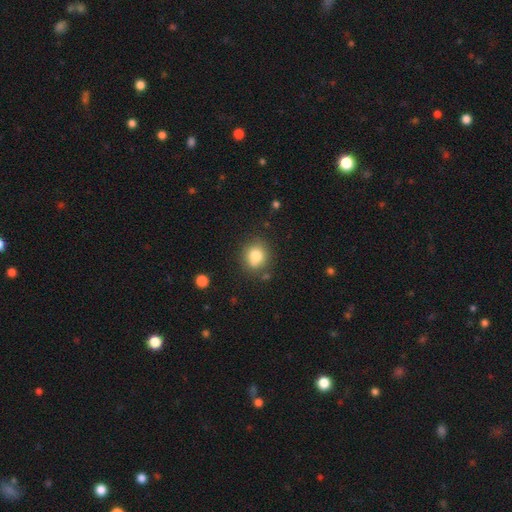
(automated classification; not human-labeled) A smooth galaxy with no disk features (80%) that is round (78%).

Vote fractions:
- Smooth or featured? smooth: 80% / star or artifact: 11% / featured or disk: 9%
- How rounded? round: 78% / in between: 21% / cigar-shaped: 1%
- Merging? none: 78% / minor disturbance: 14% / merger: 5% / major disturbance: 3%